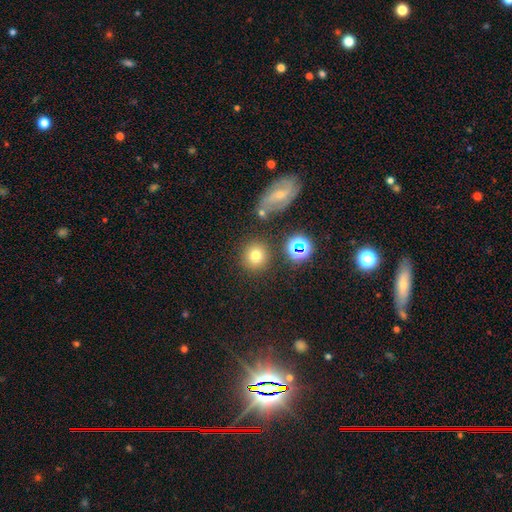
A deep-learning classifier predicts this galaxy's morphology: smooth 72%, star or artifact 17%, featured or disk 11%. Down the decision tree: how rounded — round (90%); merging — none (81%).